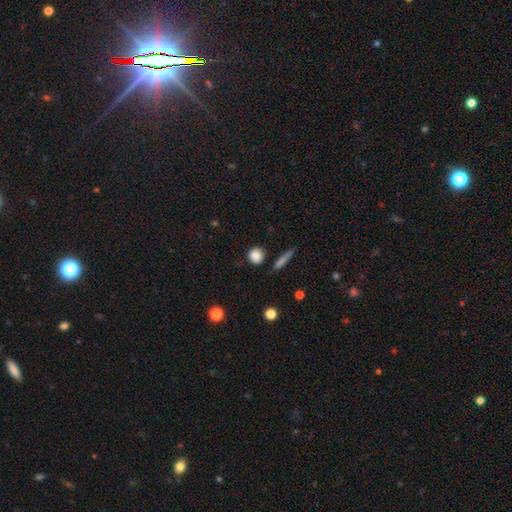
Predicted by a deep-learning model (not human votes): This appears to be a smooth galaxy with no disk features (86%) that is round (88%). Merging: none (85%).